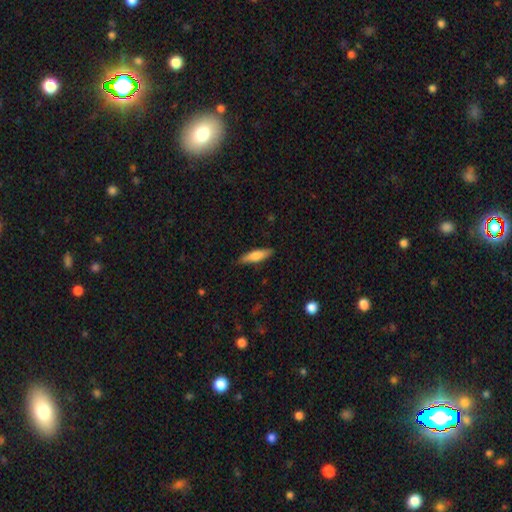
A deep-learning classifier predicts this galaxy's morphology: smooth-or-featured: smooth: 69% | featured or disk: 25% | star or artifact: 6%
  how-rounded: cigar-shaped: 71% | in between: 27% | round: 2%
  merging: none: 84% | minor disturbance: 12% | major disturbance: 2% | merger: 1%